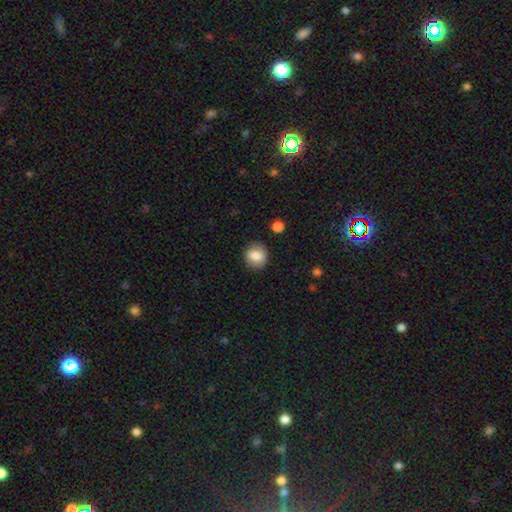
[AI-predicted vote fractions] This appears to be a smooth galaxy with no disk features (81%) that is round (76%). Merging: none (87%).